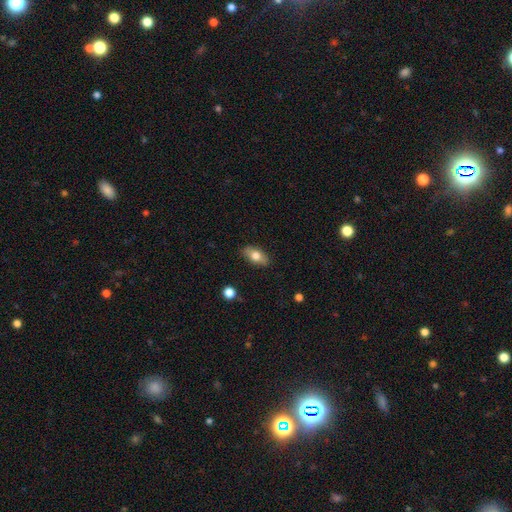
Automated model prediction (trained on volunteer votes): Q: Smooth or featured?
A: smooth (74%); runner-up: featured or disk (19%)
Q: How rounded?
A: in between (88%); runner-up: cigar-shaped (6%)
Q: Merging?
A: none (86%); runner-up: minor disturbance (11%)